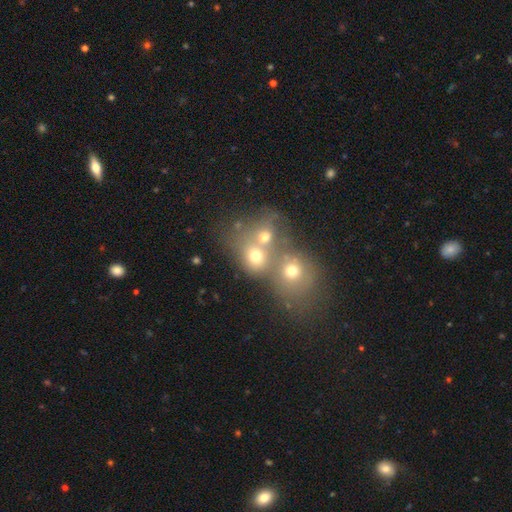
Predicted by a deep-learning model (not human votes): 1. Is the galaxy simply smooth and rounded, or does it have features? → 65% smooth, 18% star or artifact, 17% featured or disk.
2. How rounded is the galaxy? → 69% round, 30% in between, 1% cigar-shaped.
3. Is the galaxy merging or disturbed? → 59% merger, 30% none, 6% minor disturbance, 4% major disturbance.